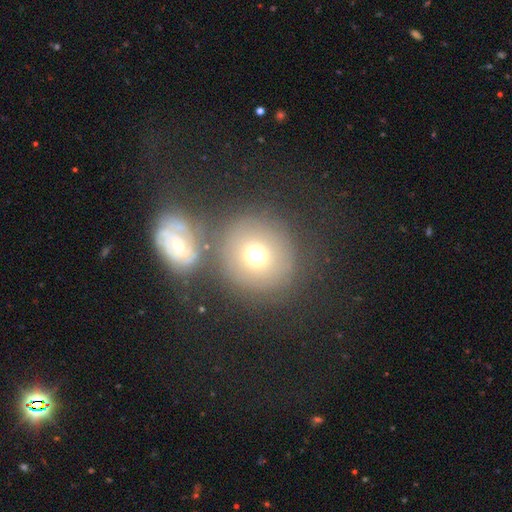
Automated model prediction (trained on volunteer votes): The model was most divided on "merging": none: 62%, merger: 19%, minor disturbance: 11%, major disturbance: 8%. More confident: how rounded — round (89%); smooth or featured — smooth (66%).